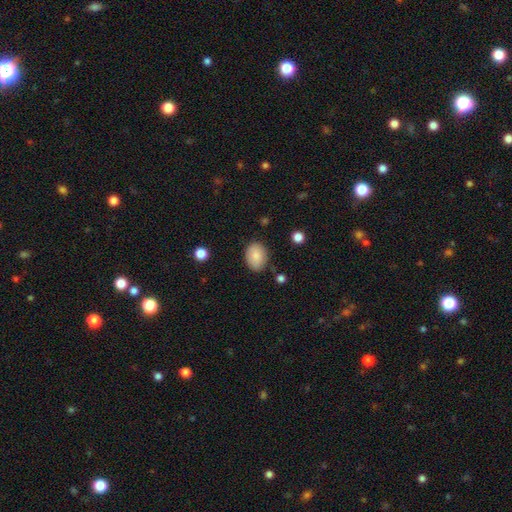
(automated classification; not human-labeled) Morphology: type=smooth (86%); roundness=in between (74%); merging=none (82%).